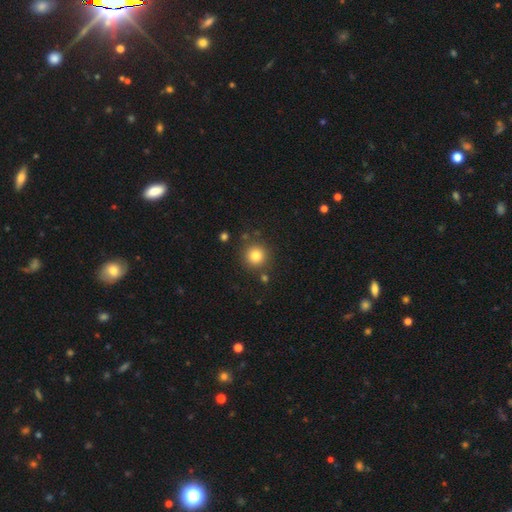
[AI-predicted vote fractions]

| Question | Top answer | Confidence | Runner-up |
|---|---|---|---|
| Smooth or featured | smooth | 81% | star or artifact (12%) |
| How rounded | round | 94% | in between (5%) |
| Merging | none | 85% | minor disturbance (8%) |